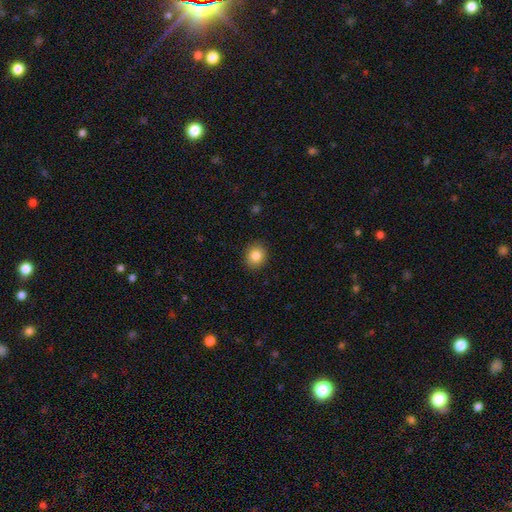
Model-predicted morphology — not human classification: smooth-or-featured: smooth: 84% | star or artifact: 10% | featured or disk: 6%
  how-rounded: round: 78% | in between: 22% | cigar-shaped: 1%
  merging: none: 90% | minor disturbance: 7% | major disturbance: 2% | merger: 1%